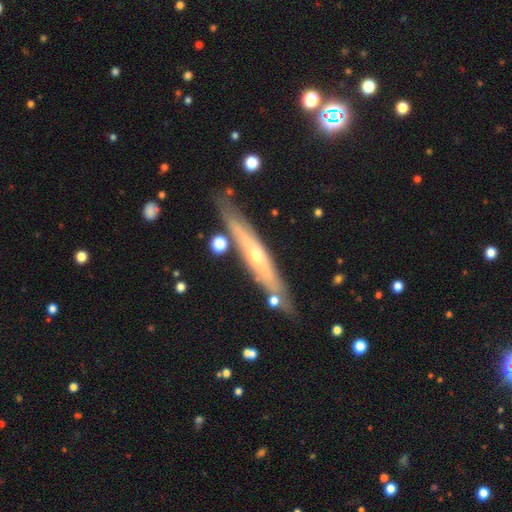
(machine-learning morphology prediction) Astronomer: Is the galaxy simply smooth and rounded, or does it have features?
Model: featured or disk — 67%.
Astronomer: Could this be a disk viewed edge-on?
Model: yes — 83%.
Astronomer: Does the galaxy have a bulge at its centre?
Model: rounded — 72%.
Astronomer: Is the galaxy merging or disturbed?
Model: none — 80%.